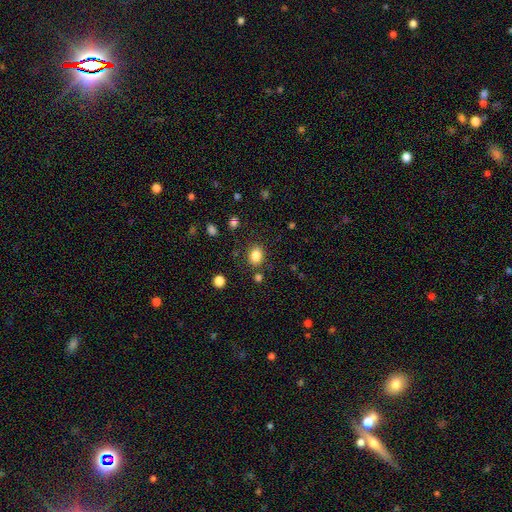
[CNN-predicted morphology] Overall: smooth (84%). How rounded: in between (55%; round 44%). Merging: none (82%).